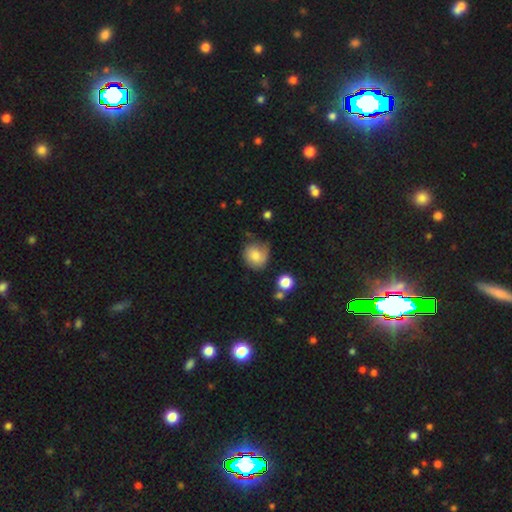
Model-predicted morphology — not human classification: smooth_or_featured: smooth (p=0.70) [alt: featured or disk p=0.21]
how_rounded: round (p=0.77) [alt: in between p=0.22]
merging: none (p=0.52) [alt: minor disturbance p=0.32]